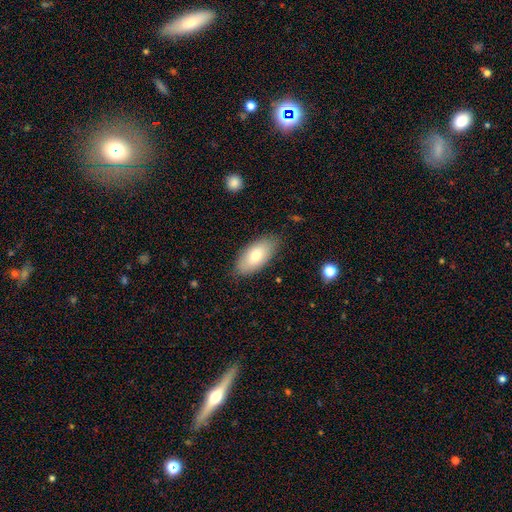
Smooth or featured? smooth (86%)
How rounded? in between (97%)
Merging? none (95%)